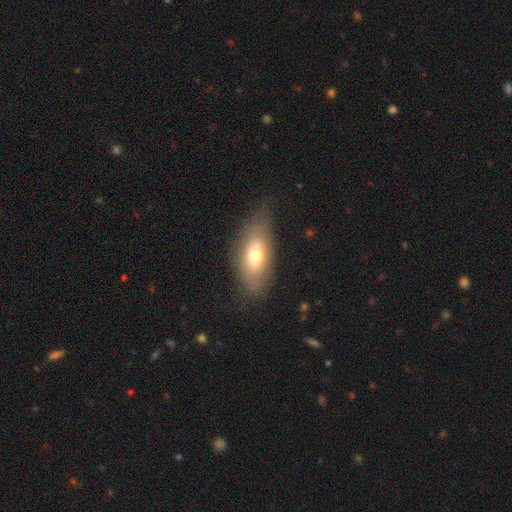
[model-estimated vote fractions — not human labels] Smooth or featured: smooth — 64% (featured or disk — 28%)
How rounded: in between — 83% (cigar-shaped — 12%)
Merging: none — 70% (minor disturbance — 21%)